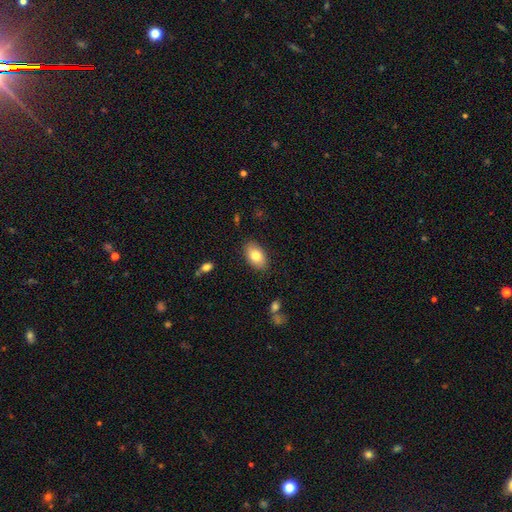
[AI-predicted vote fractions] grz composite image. It shows a smooth galaxy with no disk features (81%) that is in between round and cigar-shaped (92%). Merging: none (86%).